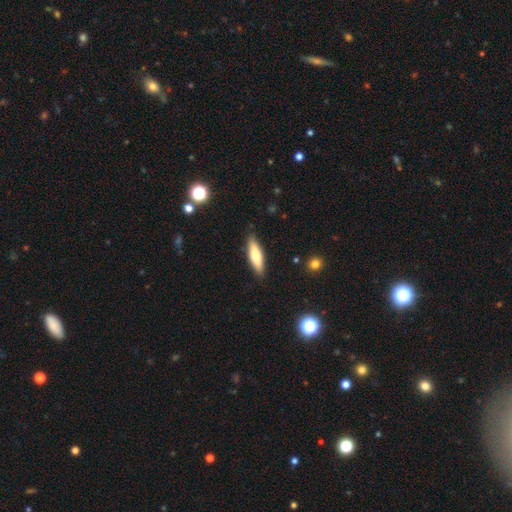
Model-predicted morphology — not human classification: smooth_or_featured: smooth (p=0.67) [alt: featured or disk p=0.28]
how_rounded: cigar-shaped (p=0.60) [alt: in between p=0.38]
merging: none (p=0.87) [alt: minor disturbance p=0.09]